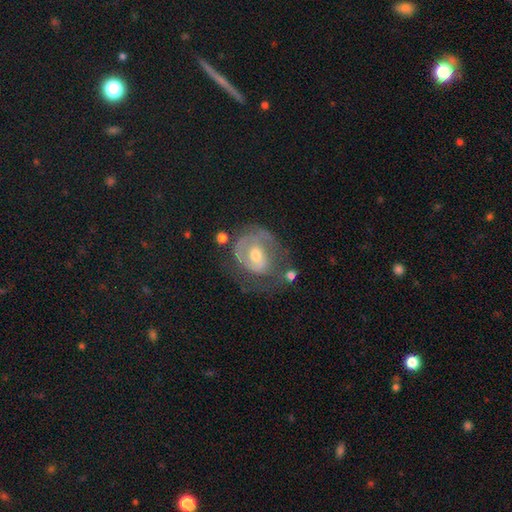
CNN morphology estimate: Smooth or featured? featured or disk (77%)
Edge-on disk? no (97%)
Bar? no (57%)
Spiral arms? yes (76%)
Spiral winding? tight (58%)
Spiral arm count? 2 (32%)
Bulge size? moderate (64%)
Merging? none (45%)